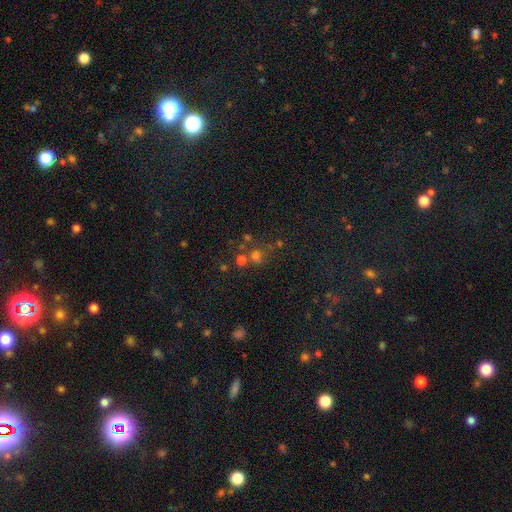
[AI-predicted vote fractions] smooth-or-featured: smooth: 61% | star or artifact: 29% | featured or disk: 10%
  how-rounded: round: 82% | in between: 17% | cigar-shaped: 1%
  merging: none: 58% | merger: 26% | minor disturbance: 10% | major disturbance: 6%